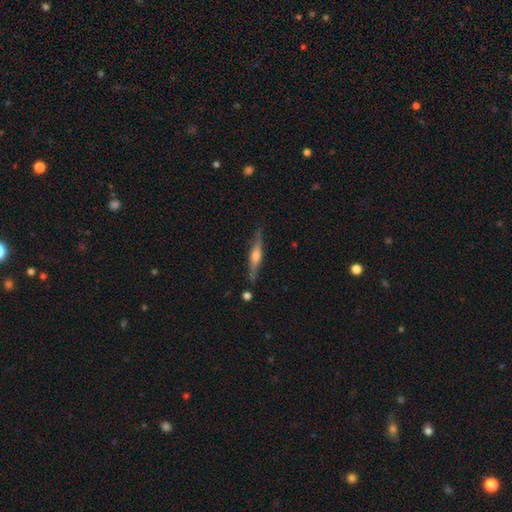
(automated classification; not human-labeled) Q: Smooth or featured?
A: featured or disk (68%); runner-up: smooth (26%)
Q: Edge-on disk?
A: yes (96%); runner-up: no (4%)
Q: Edge-on bulge?
A: rounded (83%); runner-up: boxy (11%)
Q: Merging?
A: none (82%); runner-up: minor disturbance (12%)